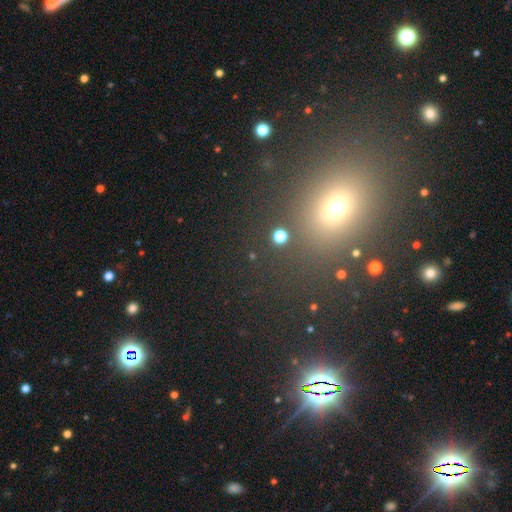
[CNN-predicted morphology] Q: Smooth or featured?
A: smooth (48%); runner-up: star or artifact (42%)
Q: Merging?
A: none (84%); runner-up: minor disturbance (8%)